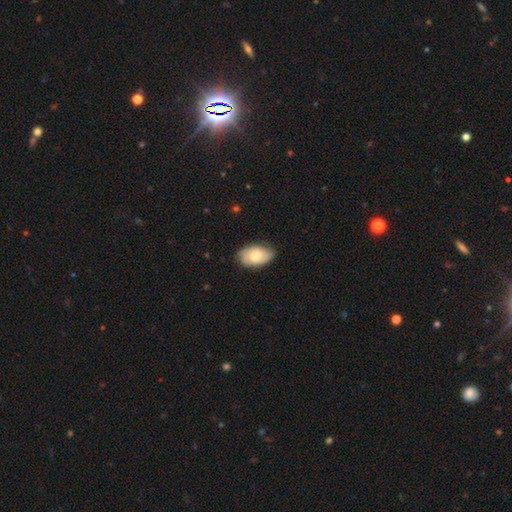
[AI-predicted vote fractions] Morphology: type=smooth (62%); roundness=in between (92%); merging=none (76%).